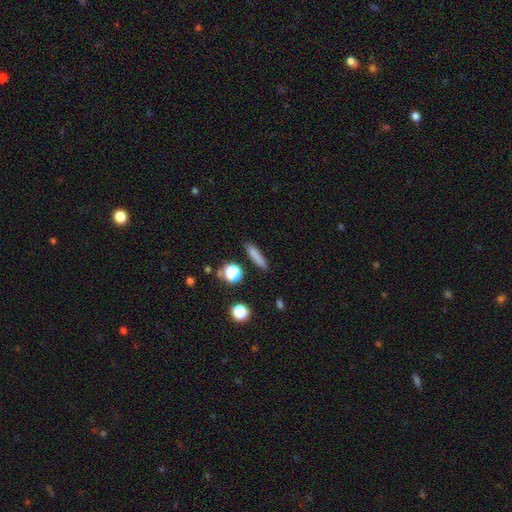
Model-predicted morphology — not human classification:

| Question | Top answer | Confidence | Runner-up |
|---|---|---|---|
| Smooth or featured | smooth | 77% | star or artifact (12%) |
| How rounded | cigar-shaped | 80% | in between (14%) |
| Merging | none | 86% | minor disturbance (9%) |